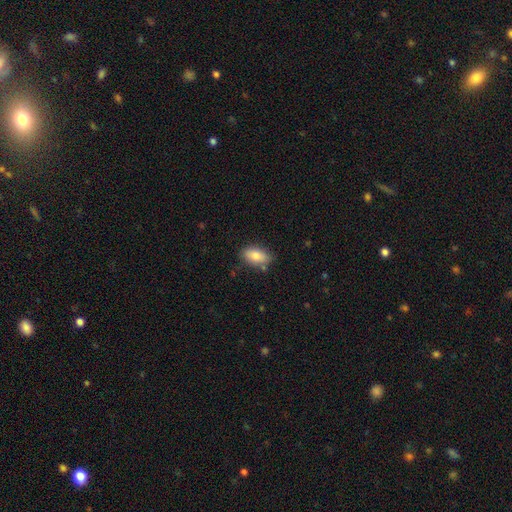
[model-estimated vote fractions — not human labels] A smooth galaxy with no disk features (81%) that is in between round and cigar-shaped (91%).

Vote fractions:
- Smooth or featured? smooth: 81% / featured or disk: 12% / star or artifact: 7%
- How rounded? in between: 91% / round: 5% / cigar-shaped: 4%
- Merging? none: 79% / minor disturbance: 15% / merger: 3% / major disturbance: 3%